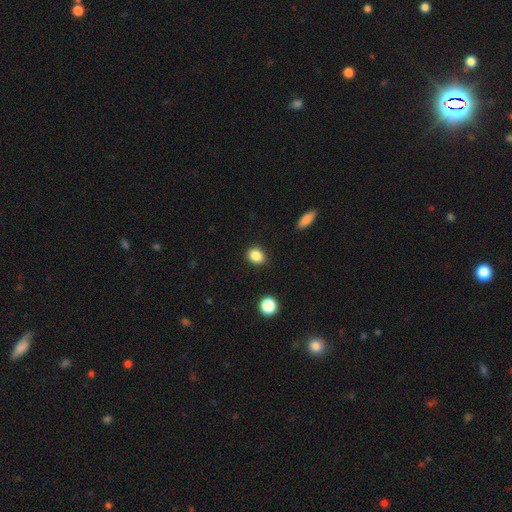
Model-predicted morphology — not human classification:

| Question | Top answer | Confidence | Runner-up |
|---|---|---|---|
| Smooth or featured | smooth | 86% | star or artifact (10%) |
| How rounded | round | 57% | in between (42%) |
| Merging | none | 88% | minor disturbance (9%) |